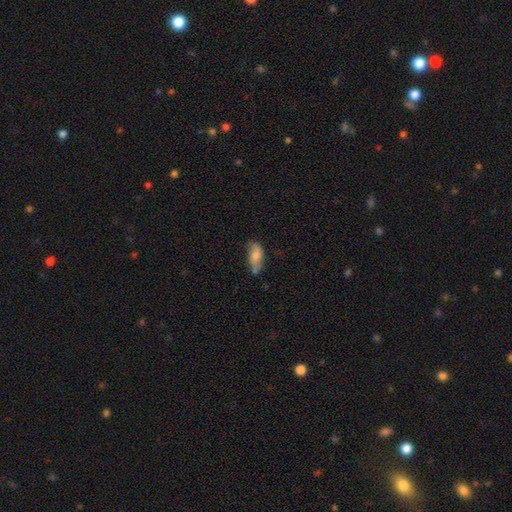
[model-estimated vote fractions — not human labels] Smooth or featured? smooth (60%)
How rounded? in between (86%)
Merging? none (50%)